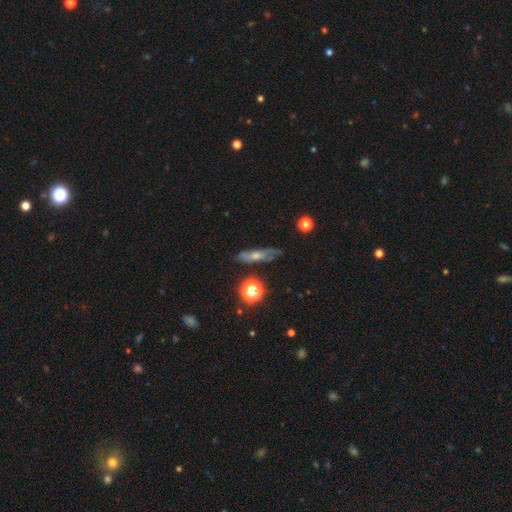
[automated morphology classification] A featured or disk galaxy (48%).

Vote fractions:
- Smooth or featured? featured or disk: 48% / smooth: 34% / star or artifact: 18%
- Merging? none: 78% / minor disturbance: 15% / major disturbance: 4% / merger: 3%